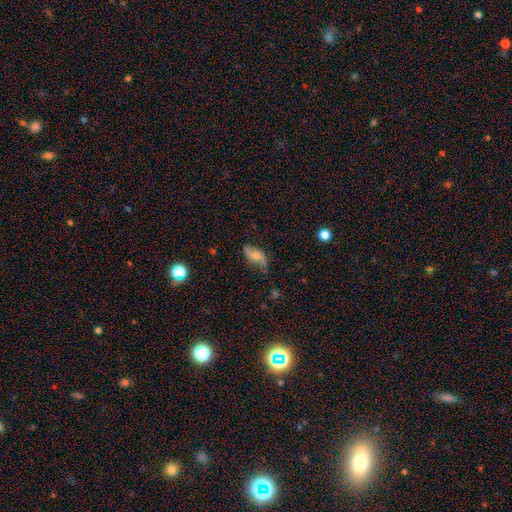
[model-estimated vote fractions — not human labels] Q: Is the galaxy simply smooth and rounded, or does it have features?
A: smooth — 51%.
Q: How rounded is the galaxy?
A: in between — 86%.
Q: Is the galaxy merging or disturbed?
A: none — 64%.